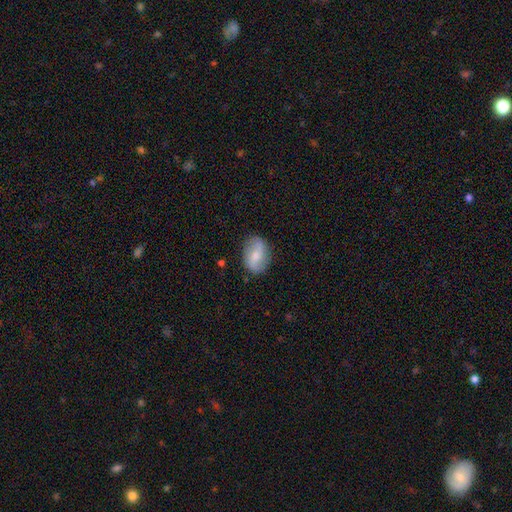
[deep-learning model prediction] Morphology: type=smooth (57%); roundness=in between (83%); merging=none (80%).